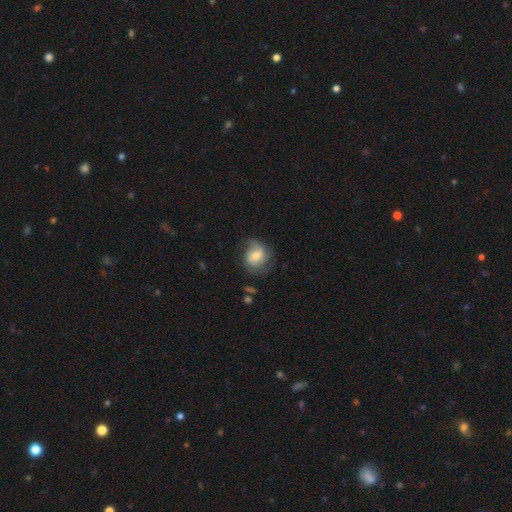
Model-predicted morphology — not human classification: smooth-or-featured: smooth: 47% | featured or disk: 45% | star or artifact: 8%
  merging: none: 59% | minor disturbance: 27% | major disturbance: 13% | merger: 2%